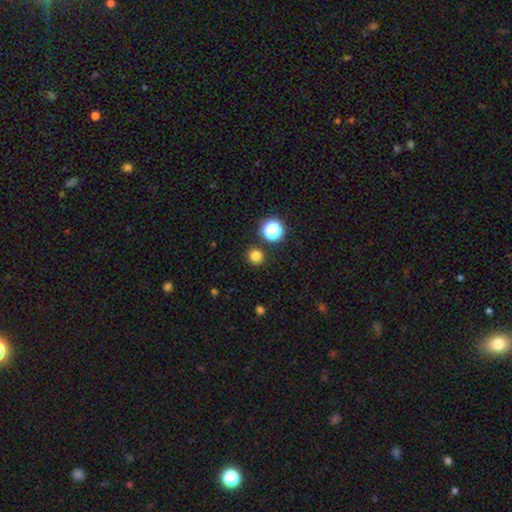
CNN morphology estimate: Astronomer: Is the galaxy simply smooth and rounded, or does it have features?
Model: smooth — 79%.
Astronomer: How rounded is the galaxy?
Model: round — 91%.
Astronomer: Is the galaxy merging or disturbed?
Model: none — 89%.